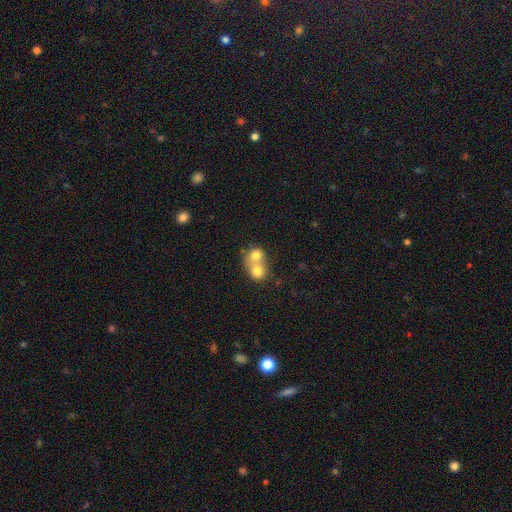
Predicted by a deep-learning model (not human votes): The model was most divided on "how rounded": round: 74%, in between: 25%, cigar-shaped: 1%. More confident: merging — merger (74%); smooth or featured — smooth (74%).